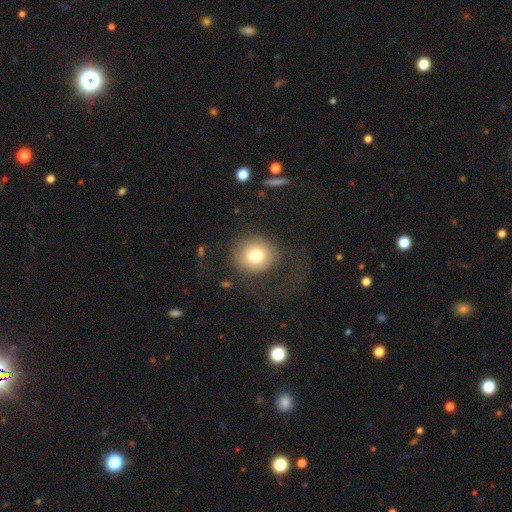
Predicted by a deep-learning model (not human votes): Overall: smooth (74%). How rounded: round (87%). Merging: none (59%; major disturbance 27%).